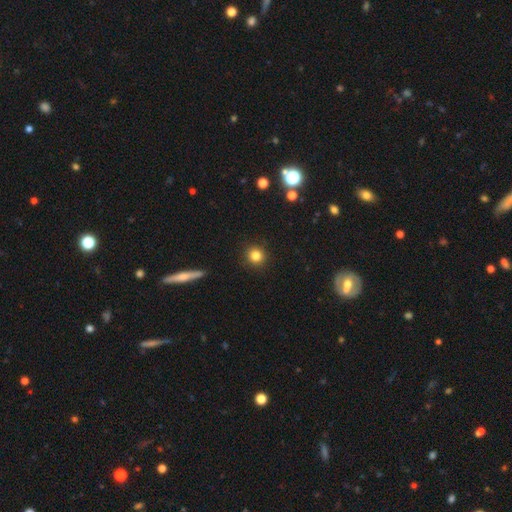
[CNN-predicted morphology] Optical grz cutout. It shows a smooth galaxy with no disk features (83%) that is round (93%). Merging: none (91%).